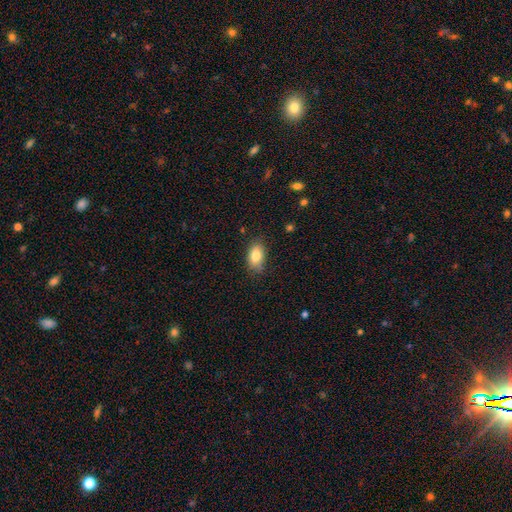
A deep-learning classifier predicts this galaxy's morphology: Smooth or featured: smooth — 83% (featured or disk — 9%)
How rounded: in between — 90% (round — 7%)
Merging: none — 80% (minor disturbance — 16%)